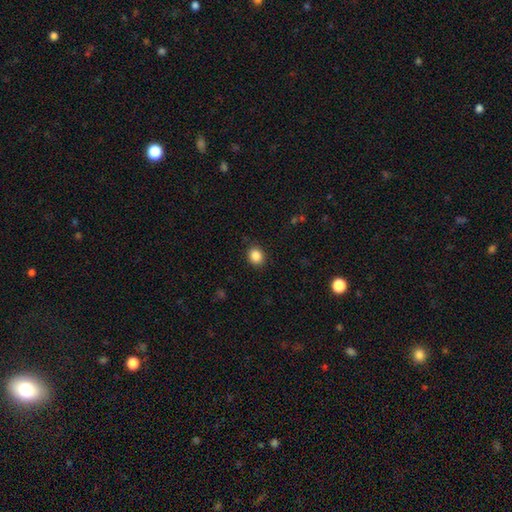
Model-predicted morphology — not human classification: Smooth or featured: smooth — 86% (star or artifact — 10%)
How rounded: round — 71% (in between — 28%)
Merging: none — 88% (minor disturbance — 9%)